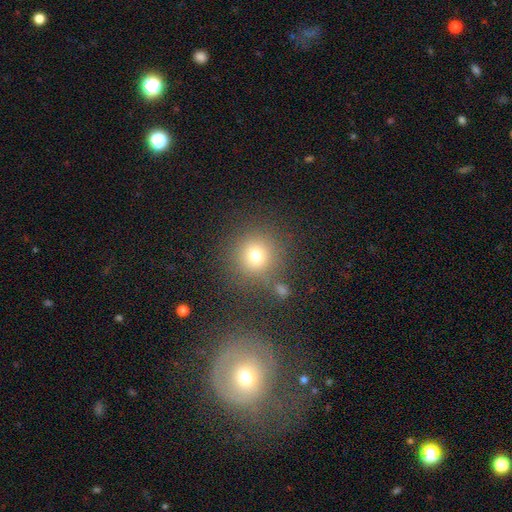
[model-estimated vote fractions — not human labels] This is likely a smooth galaxy (74%). How rounded: clearly round (93%). Merging: likely none (78%).